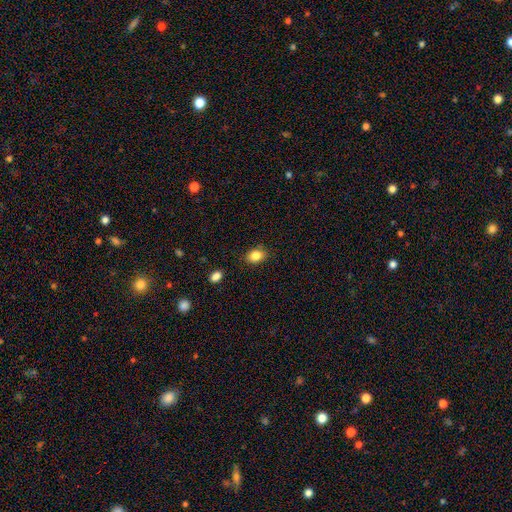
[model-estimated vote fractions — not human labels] Smooth or featured? smooth (85%)
How rounded? in between (72%)
Merging? none (85%)